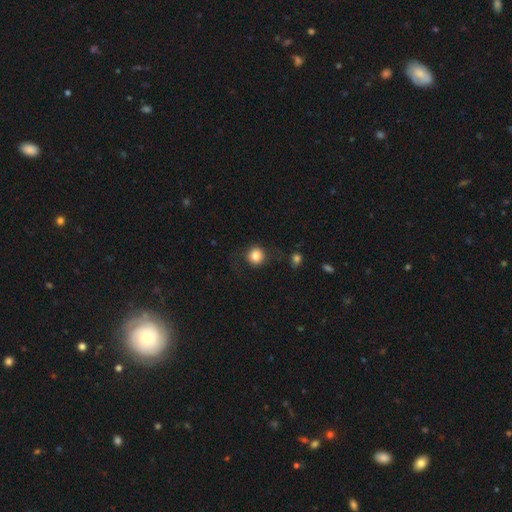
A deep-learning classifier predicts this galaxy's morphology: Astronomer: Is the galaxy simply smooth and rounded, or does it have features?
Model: smooth — 83%.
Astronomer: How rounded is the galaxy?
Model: round — 91%.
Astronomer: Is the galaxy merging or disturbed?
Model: none — 80%.